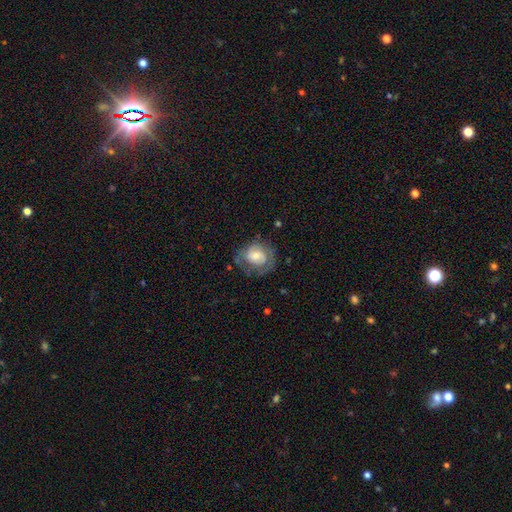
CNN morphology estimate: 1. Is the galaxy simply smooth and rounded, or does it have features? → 52% featured or disk, 40% smooth, 8% star or artifact.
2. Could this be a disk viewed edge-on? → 96% no, 4% yes.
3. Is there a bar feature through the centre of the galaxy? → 60% no, 32% weak, 8% strong.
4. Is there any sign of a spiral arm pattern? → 66% yes, 34% no.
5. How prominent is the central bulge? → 49% moderate, 35% small, 12% large, 3% none, 2% dominant.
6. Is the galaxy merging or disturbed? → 61% none, 23% minor disturbance, 14% major disturbance, 2% merger.